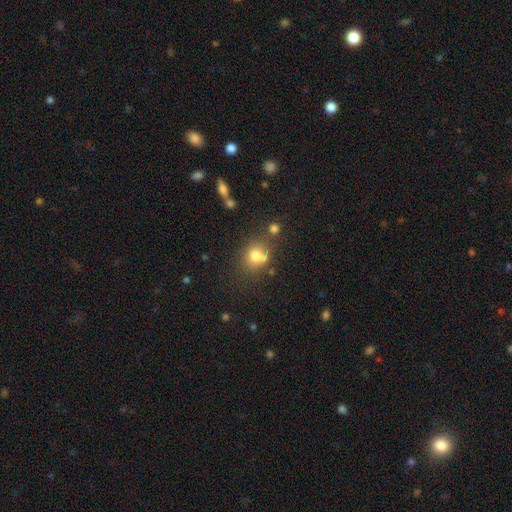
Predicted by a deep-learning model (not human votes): smooth 72%, star or artifact 14%, featured or disk 14%. Down the decision tree: how rounded — round (71%); merging — none (53%).